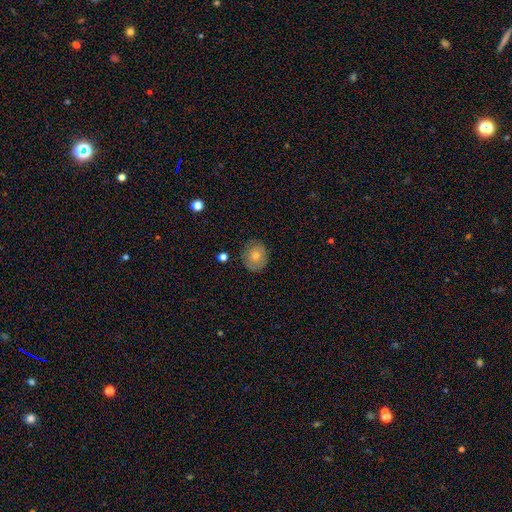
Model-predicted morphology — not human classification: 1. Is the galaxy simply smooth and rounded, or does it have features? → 62% smooth, 27% featured or disk, 11% star or artifact.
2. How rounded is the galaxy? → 77% round, 22% in between, 1% cigar-shaped.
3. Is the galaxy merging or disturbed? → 84% none, 12% minor disturbance, 3% major disturbance, 1% merger.